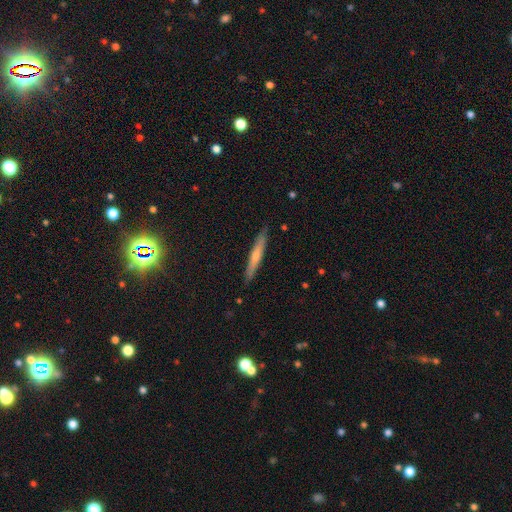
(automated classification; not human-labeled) Smooth or featured?
  - featured or disk: 52% *
  - smooth: 40%
  - star or artifact: 7%
Edge-on disk?
  - yes: 95% *
  - no: 5%
Merging?
  - none: 89% *
  - minor disturbance: 9%
  - major disturbance: 1%
  - merger: 1%